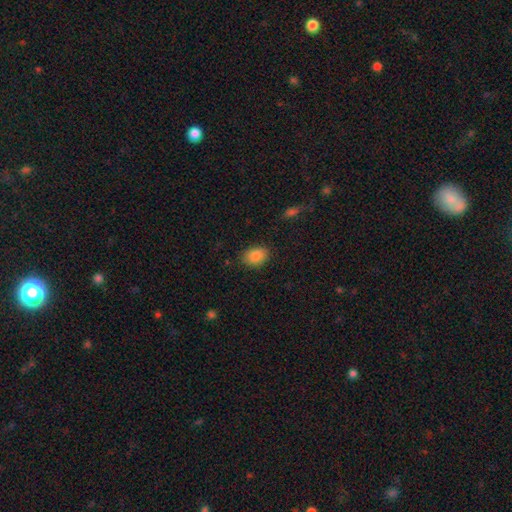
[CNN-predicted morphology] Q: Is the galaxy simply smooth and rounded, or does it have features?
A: smooth — 87%.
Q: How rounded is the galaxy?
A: in between — 75%.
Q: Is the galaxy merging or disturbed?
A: none — 85%.